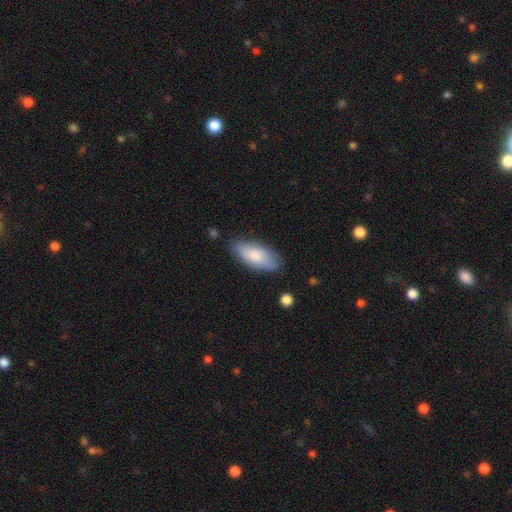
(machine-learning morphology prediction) This is likely a smooth galaxy (79%). How rounded: clearly in between (86%). Merging: likely none (78%).